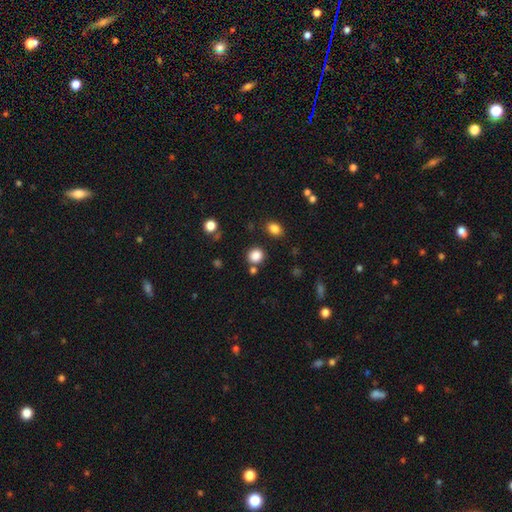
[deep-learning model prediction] A smooth galaxy with no disk features (84%) that is round (81%). Merging: none (79%).